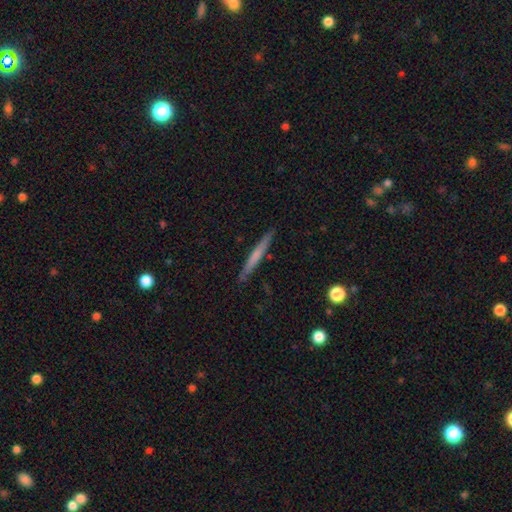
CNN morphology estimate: Overall: smooth (57%; featured or disk 37%). How rounded: cigar-shaped (96%). Merging: none (89%).